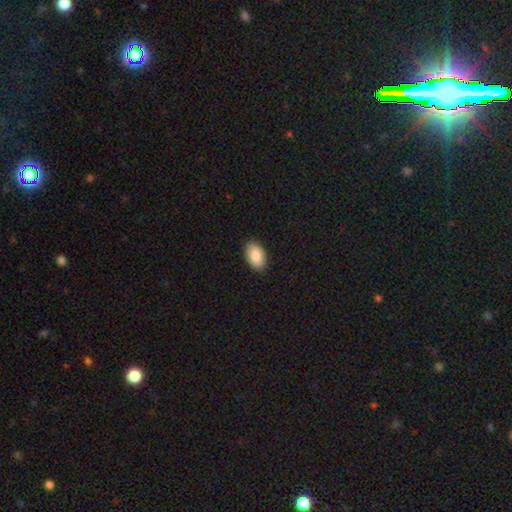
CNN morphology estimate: A smooth galaxy with no disk features (88%) that is in between round and cigar-shaped (94%). Merging: none (88%).